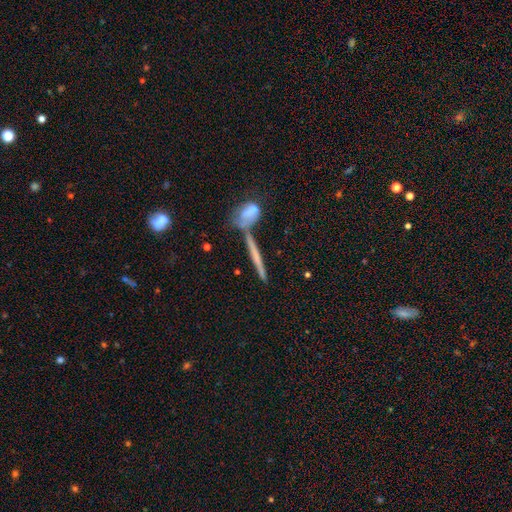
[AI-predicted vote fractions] This is possibly a featured or disk galaxy (51%). It is clearly viewed edge-on (92%). Merging: likely none (66%).